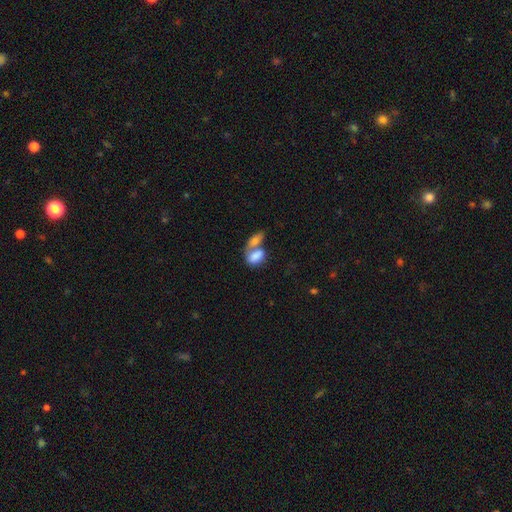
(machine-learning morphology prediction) A smooth galaxy with no disk features (78%) that is in between round and cigar-shaped (87%).

Vote fractions:
- Smooth or featured? smooth: 78% / featured or disk: 15% / star or artifact: 7%
- How rounded? in between: 87% / round: 9% / cigar-shaped: 4%
- Merging? merger: 69% / none: 18% / minor disturbance: 7% / major disturbance: 6%